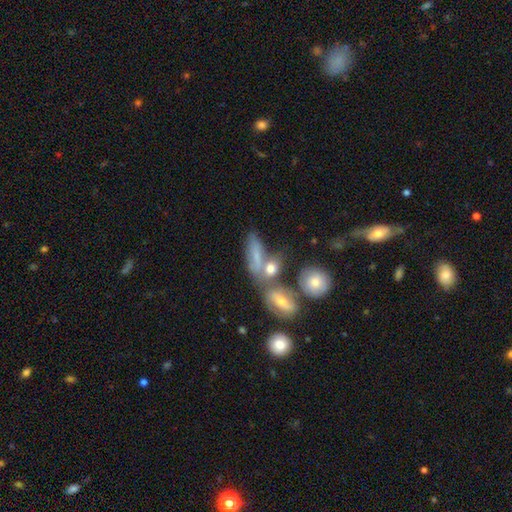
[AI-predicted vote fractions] Morphology: type=smooth (60%); roundness=in between (60%); merging=merger (44%).